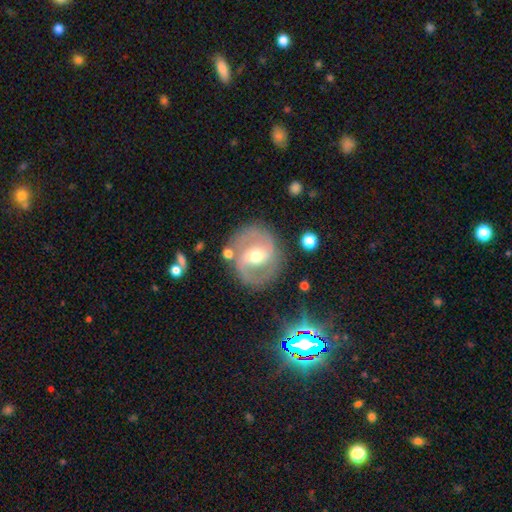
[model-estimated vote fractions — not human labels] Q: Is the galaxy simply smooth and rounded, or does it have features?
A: featured or disk — 80%.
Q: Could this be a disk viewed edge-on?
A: no — 97%.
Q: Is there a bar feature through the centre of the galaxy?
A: weak — 47%.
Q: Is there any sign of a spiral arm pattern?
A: yes — 89%.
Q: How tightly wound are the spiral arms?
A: medium — 53%.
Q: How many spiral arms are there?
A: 2 — 87%.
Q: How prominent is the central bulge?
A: moderate — 70%.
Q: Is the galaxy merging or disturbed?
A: none — 77%.